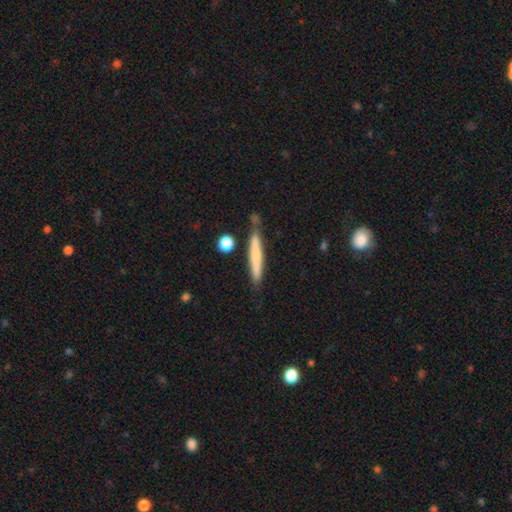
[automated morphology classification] A smooth galaxy with no disk features (64%) that is cigar-shaped (94%). Merging: none (74%).